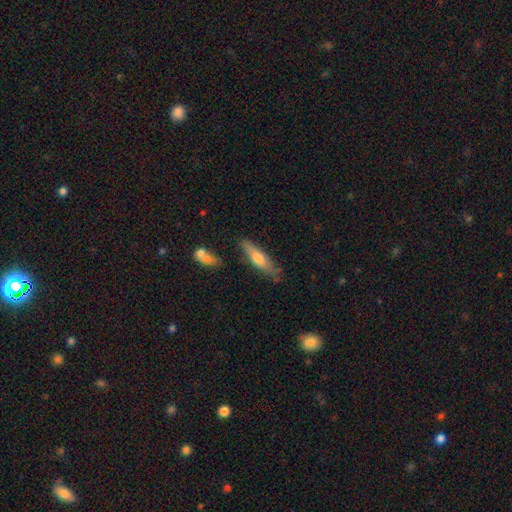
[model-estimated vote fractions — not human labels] Smooth or featured?
  - smooth: 49% *
  - featured or disk: 44%
  - star or artifact: 7%
Merging?
  - none: 77% *
  - minor disturbance: 16%
  - merger: 4%
  - major disturbance: 3%